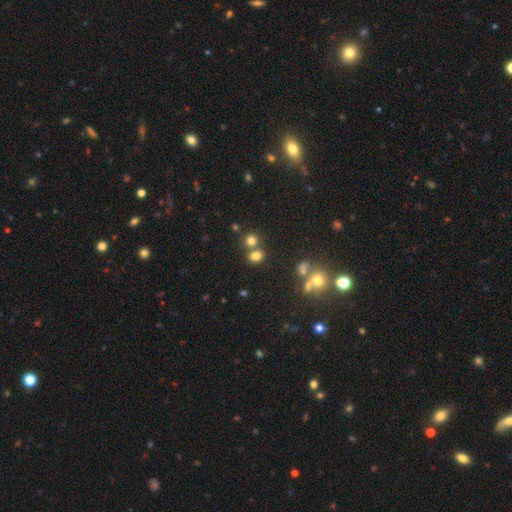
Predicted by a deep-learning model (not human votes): smooth_or_featured: smooth (p=0.73) [alt: star or artifact p=0.18]
how_rounded: round (p=0.66) [alt: in between p=0.33]
merging: none (p=0.56) [alt: merger p=0.31]